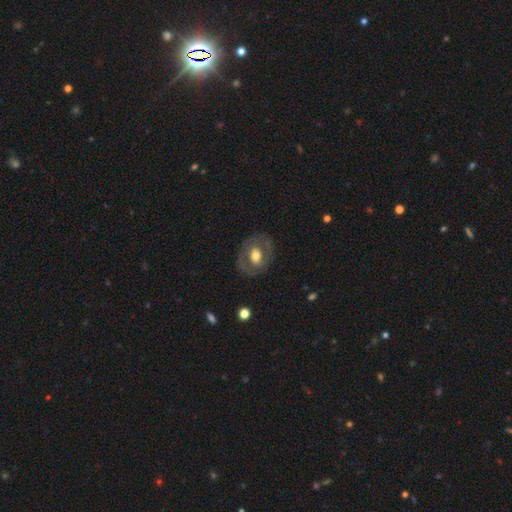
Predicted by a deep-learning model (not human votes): smooth-or-featured: featured or disk: 51% | smooth: 43% | star or artifact: 6%
  disk-edge-on: no: 94% | yes: 6%
  merging: none: 77% | minor disturbance: 14% | major disturbance: 8% | merger: 1%